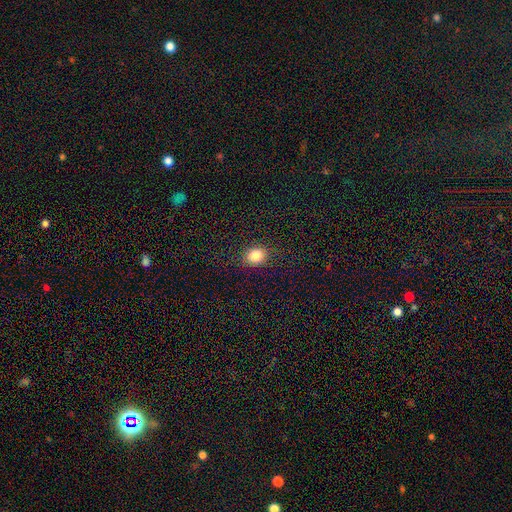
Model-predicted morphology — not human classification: Overall: smooth (83%). How rounded: round (55%; in between 44%). Merging: none (87%).